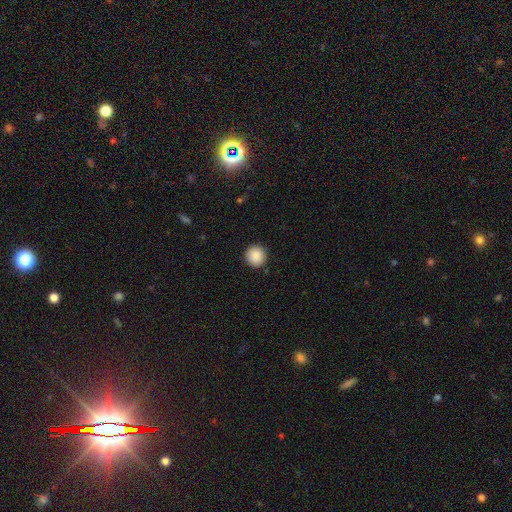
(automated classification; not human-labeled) This appears to be a smooth galaxy with no disk features (88%) that is round (93%). Merging: none (91%).